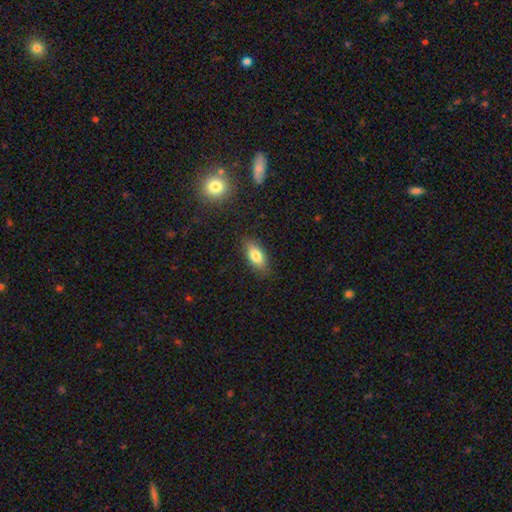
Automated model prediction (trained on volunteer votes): Morphology: type=smooth (80%); roundness=in between (87%); merging=none (84%).